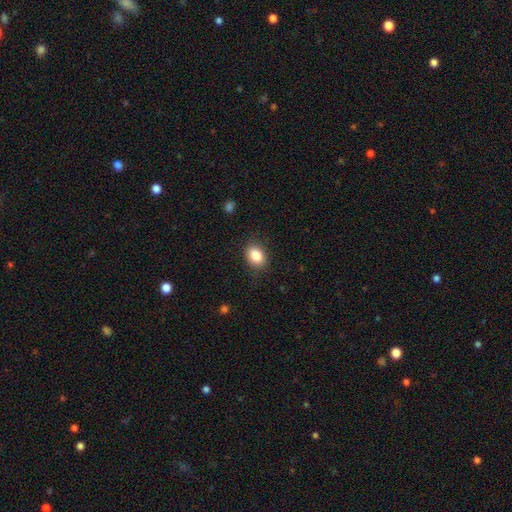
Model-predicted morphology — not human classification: Q: Smooth or featured?
A: smooth (85%); runner-up: star or artifact (9%)
Q: How rounded?
A: in between (67%); runner-up: round (32%)
Q: Merging?
A: none (85%); runner-up: minor disturbance (11%)